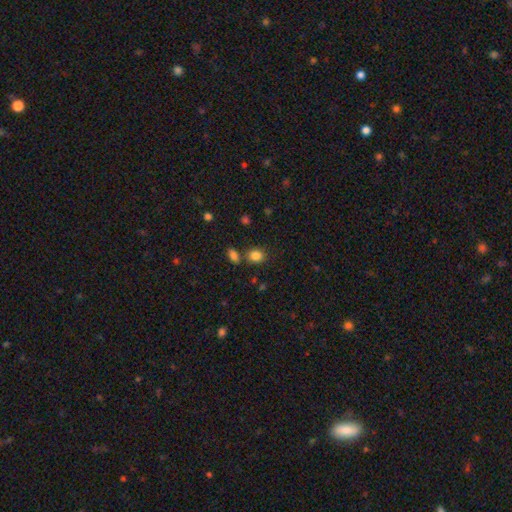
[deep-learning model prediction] A smooth galaxy with no disk features (84%) that is round (60%). Merging: none (72%).